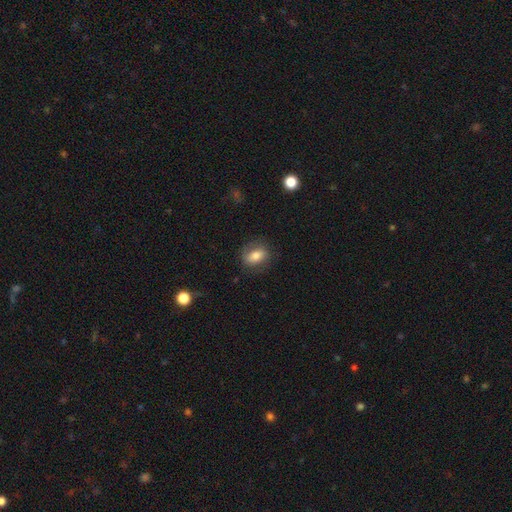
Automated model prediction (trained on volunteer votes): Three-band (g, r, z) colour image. It shows a smooth galaxy with no disk features (69%) that is in between round and cigar-shaped (73%). Merging: none (76%).